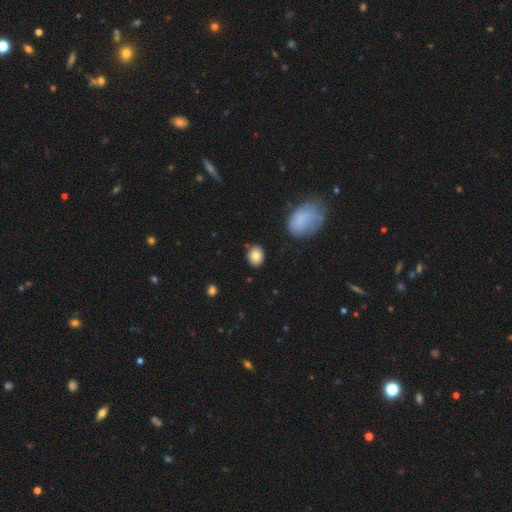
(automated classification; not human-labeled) This is clearly a smooth galaxy (82%). How rounded: possibly round (53%). Merging: clearly none (86%).